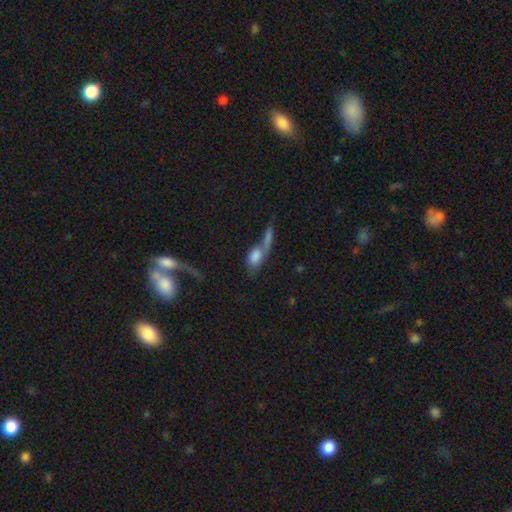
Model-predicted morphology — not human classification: Smooth or featured?
  - smooth: 72% *
  - featured or disk: 18%
  - star or artifact: 10%
How rounded?
  - in between: 75% *
  - cigar-shaped: 13%
  - round: 12%
Merging?
  - merger: 61% *
  - none: 20%
  - major disturbance: 10%
  - minor disturbance: 9%